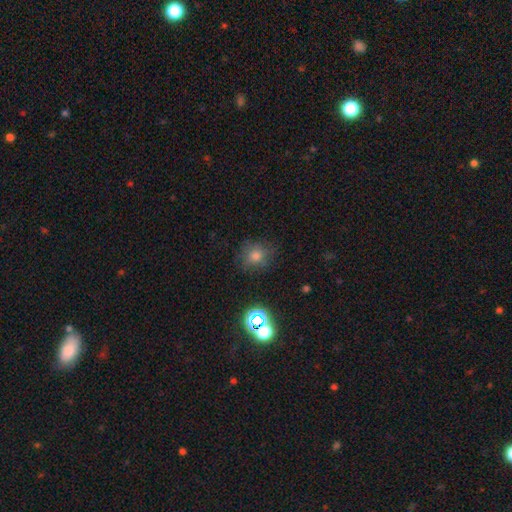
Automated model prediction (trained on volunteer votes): A smooth galaxy with no disk features (69%) that is round (85%).

Vote fractions:
- Smooth or featured? smooth: 69% / star or artifact: 21% / featured or disk: 10%
- How rounded? round: 85% / in between: 14% / cigar-shaped: 1%
- Merging? none: 80% / minor disturbance: 13% / major disturbance: 5% / merger: 2%